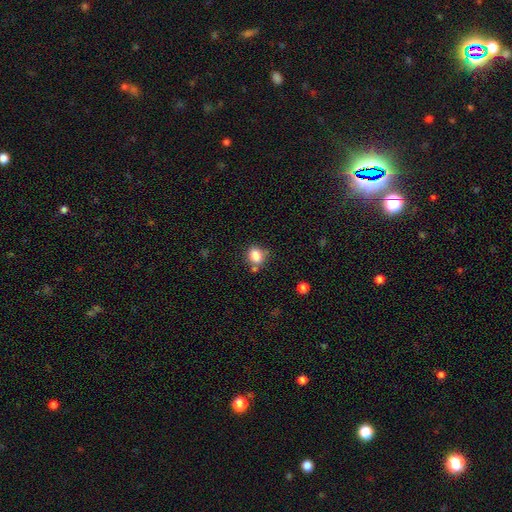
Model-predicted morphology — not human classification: Q: Smooth or featured?
A: smooth (84%); runner-up: star or artifact (10%)
Q: How rounded?
A: round (56%); runner-up: in between (43%)
Q: Merging?
A: none (70%); runner-up: minor disturbance (15%)